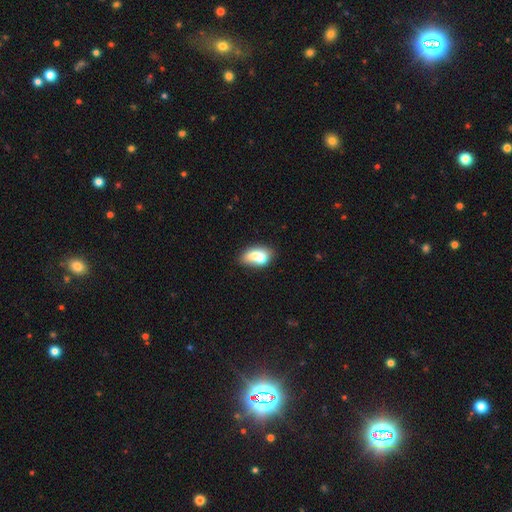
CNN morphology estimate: type=smooth (65%); roundness=in between (80%); merging=merger (47%).